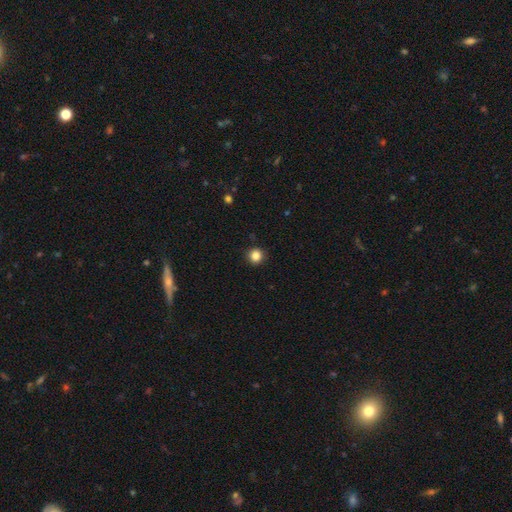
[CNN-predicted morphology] This appears to be a smooth galaxy with no disk features (85%) that is round (93%). Merging: none (91%).